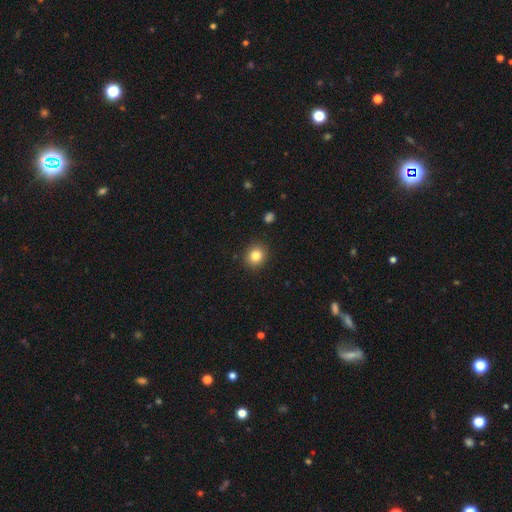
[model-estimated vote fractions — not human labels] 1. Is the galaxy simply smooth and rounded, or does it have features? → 83% smooth, 10% star or artifact, 7% featured or disk.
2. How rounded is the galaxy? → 79% round, 20% in between, 1% cigar-shaped.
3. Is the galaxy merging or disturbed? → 90% none, 7% minor disturbance, 2% major disturbance, 1% merger.